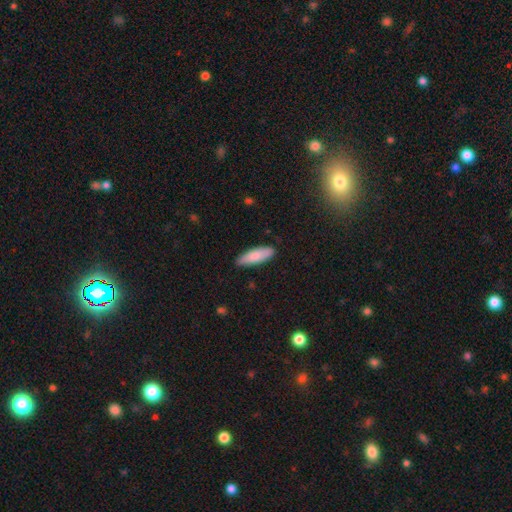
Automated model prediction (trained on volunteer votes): A smooth galaxy with no disk features (84%) that is in between round and cigar-shaped (51%).

Vote fractions:
- Smooth or featured? smooth: 84% / featured or disk: 11% / star or artifact: 5%
- How rounded? in between: 51% / cigar-shaped: 48% / round: 2%
- Merging? none: 86% / minor disturbance: 11% / major disturbance: 2% / merger: 1%